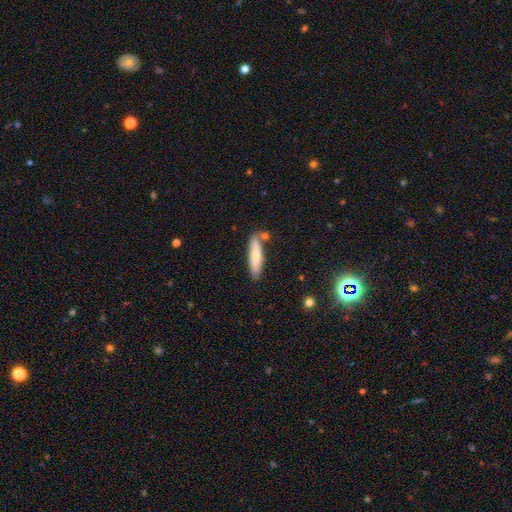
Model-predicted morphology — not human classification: The model was most divided on "smooth or featured": smooth: 71%, featured or disk: 24%, star or artifact: 6%. More confident: how rounded — cigar-shaped (80%); merging — none (76%).